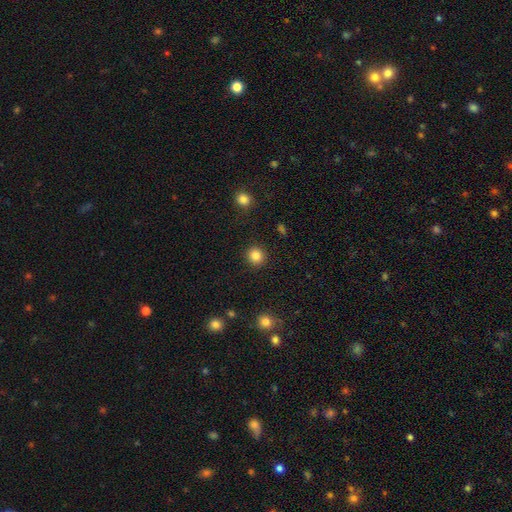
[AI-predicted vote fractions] smooth-or-featured: smooth: 85% | star or artifact: 10% | featured or disk: 5%
  how-rounded: round: 91% | in between: 8% | cigar-shaped: 1%
  merging: none: 91% | minor disturbance: 5% | major disturbance: 2% | merger: 1%